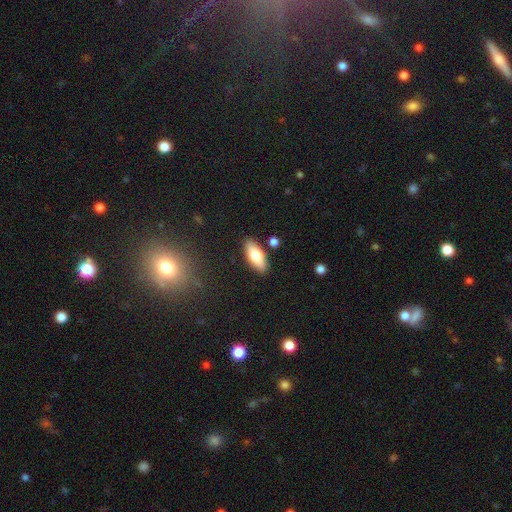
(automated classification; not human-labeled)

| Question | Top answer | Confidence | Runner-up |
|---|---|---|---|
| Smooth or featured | smooth | 76% | featured or disk (18%) |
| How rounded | in between | 78% | cigar-shaped (20%) |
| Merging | none | 86% | minor disturbance (9%) |